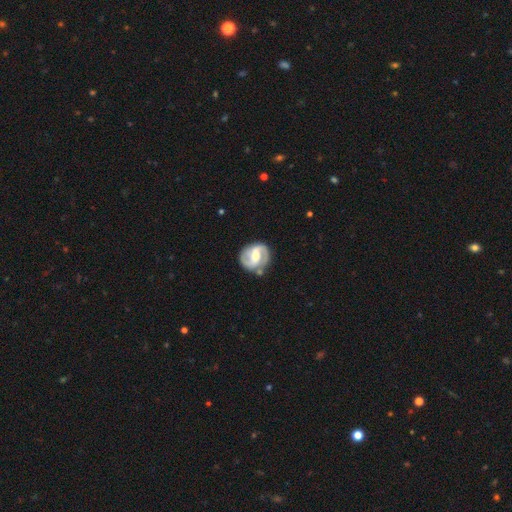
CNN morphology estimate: This is clearly a featured or disk galaxy (83%). It is clearly not viewed edge-on (98%). Bar: possibly weak (48%). Spiral arm pattern: clearly yes (94%). Spiral arm count: clearly 2 (89%). Spiral winding: possibly medium (50%). Central bulge: likely moderate (60%). Merging: likely none (74%).